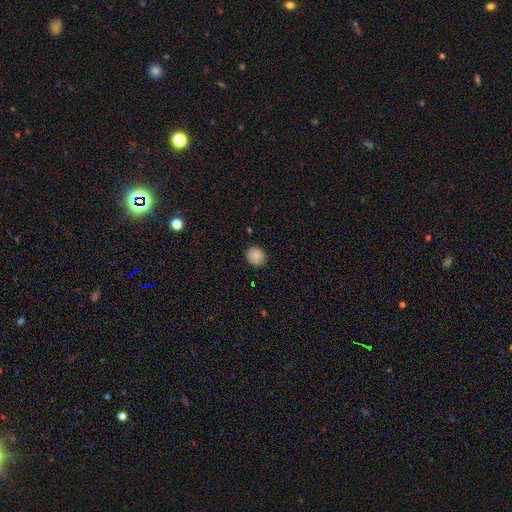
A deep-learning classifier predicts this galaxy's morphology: Q: Smooth or featured?
A: smooth (86%); runner-up: star or artifact (9%)
Q: How rounded?
A: round (83%); runner-up: in between (16%)
Q: Merging?
A: none (87%); runner-up: minor disturbance (10%)